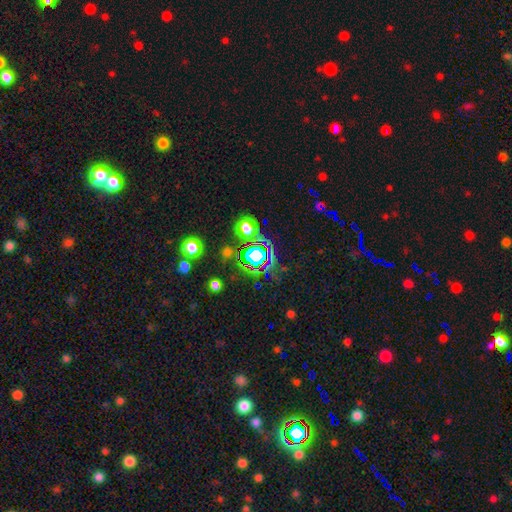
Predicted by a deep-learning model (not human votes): A star or artifact, not a galaxy (68%).

Vote fractions:
- Smooth or featured? star or artifact: 68% / smooth: 18% / featured or disk: 14%